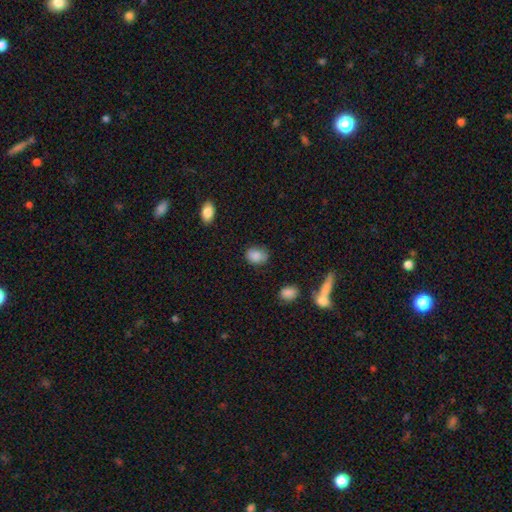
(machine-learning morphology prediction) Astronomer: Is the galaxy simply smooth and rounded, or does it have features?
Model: smooth — 86%.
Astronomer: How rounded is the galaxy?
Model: in between — 65%.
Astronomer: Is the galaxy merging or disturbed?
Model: none — 71%.